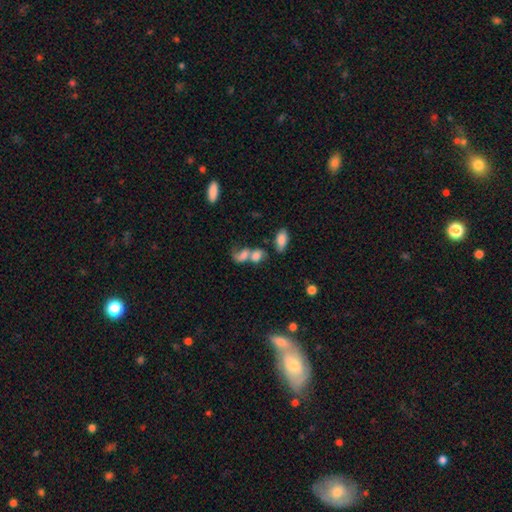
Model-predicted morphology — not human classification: This is likely a smooth galaxy (63%). How rounded: likely in between (75%). Merging: likely merger (62%).